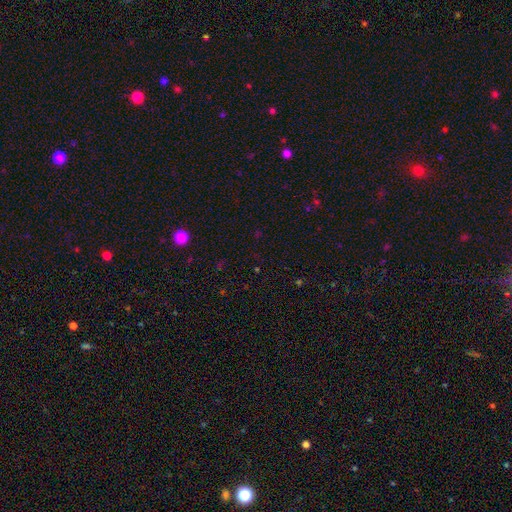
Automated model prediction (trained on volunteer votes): This is likely a star or artifact rather than a galaxy (62%).